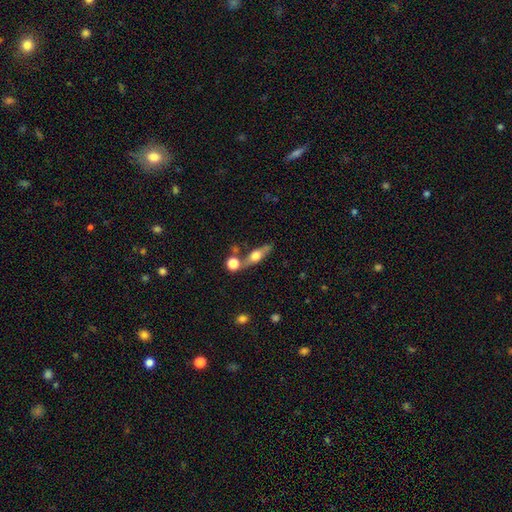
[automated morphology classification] Smooth or featured: featured or disk — 49% (smooth — 43%)
Merging: none — 62% (merger — 21%)